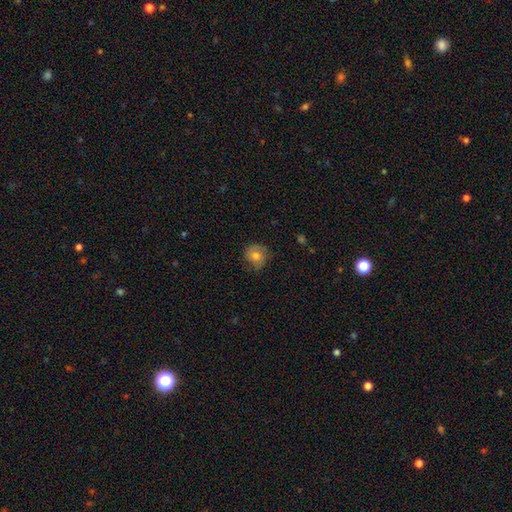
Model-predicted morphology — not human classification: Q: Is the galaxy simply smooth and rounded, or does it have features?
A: smooth — 49%.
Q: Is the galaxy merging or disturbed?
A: none — 71%.